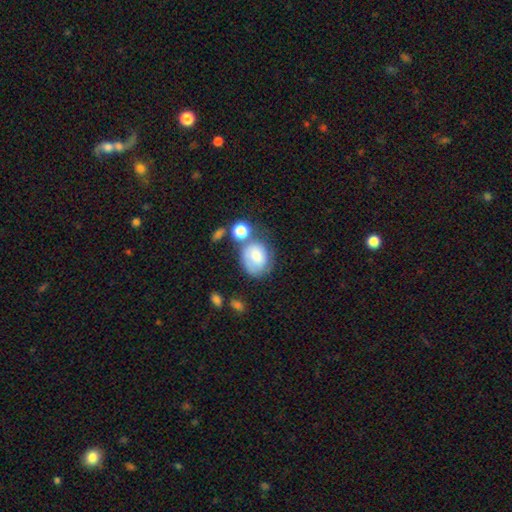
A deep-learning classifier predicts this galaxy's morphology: type=smooth (65%); roundness=round (53%); merging=none (44%).